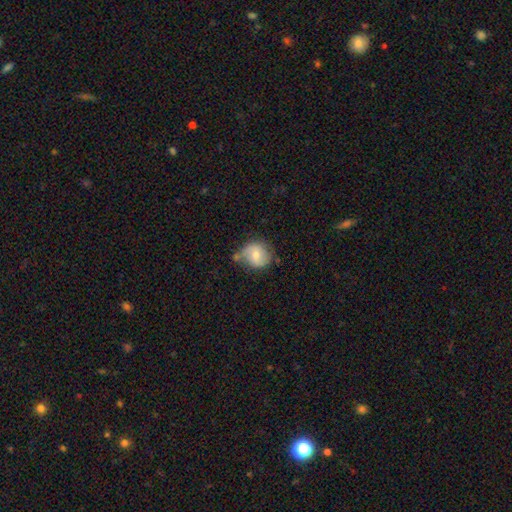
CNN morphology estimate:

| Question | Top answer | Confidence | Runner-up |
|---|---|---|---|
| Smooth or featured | smooth | 59% | featured or disk (34%) |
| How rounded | round | 75% | in between (23%) |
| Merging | none | 55% | minor disturbance (27%) |